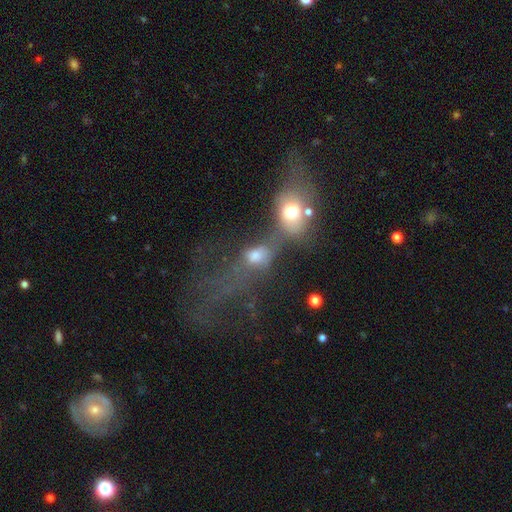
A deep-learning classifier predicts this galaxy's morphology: Smooth or featured? smooth (57%)
How rounded? in between (59%)
Merging? merger (64%)